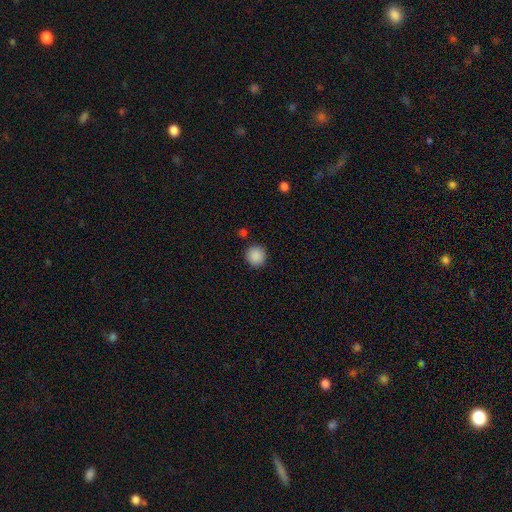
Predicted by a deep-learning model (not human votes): smooth_or_featured: smooth (p=0.89) [alt: star or artifact p=0.09]
how_rounded: round (p=0.93) [alt: in between p=0.06]
merging: none (p=0.88) [alt: minor disturbance p=0.07]